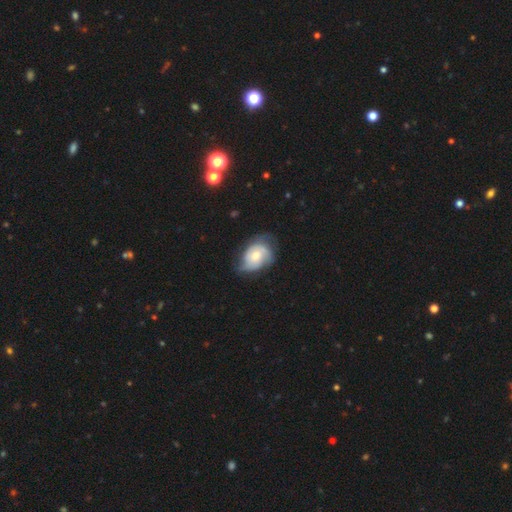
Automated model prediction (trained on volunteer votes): This appears to be a featured or disk galaxy (64%) with no bar (75%), 2 (39%) tight (44%) spiral arms (86%) and a moderate central bulge (62%). Merging: none (50%).